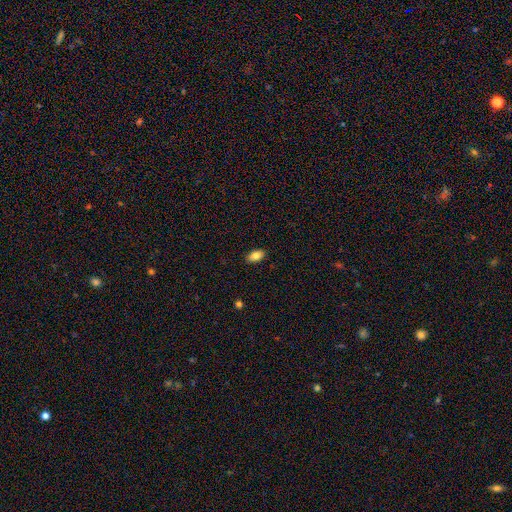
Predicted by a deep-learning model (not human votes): smooth_or_featured: smooth (p=0.84) [alt: star or artifact p=0.08]
how_rounded: in between (p=0.92) [alt: round p=0.04]
merging: none (p=0.89) [alt: minor disturbance p=0.09]